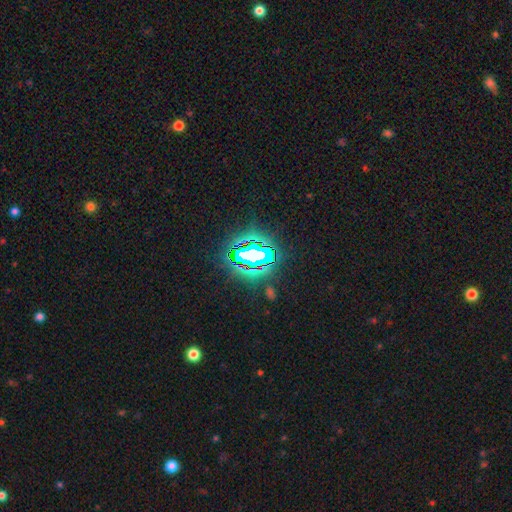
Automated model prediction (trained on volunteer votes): A star or artifact, not a galaxy (71%).

Vote fractions:
- Smooth or featured? star or artifact: 71% / smooth: 16% / featured or disk: 13%